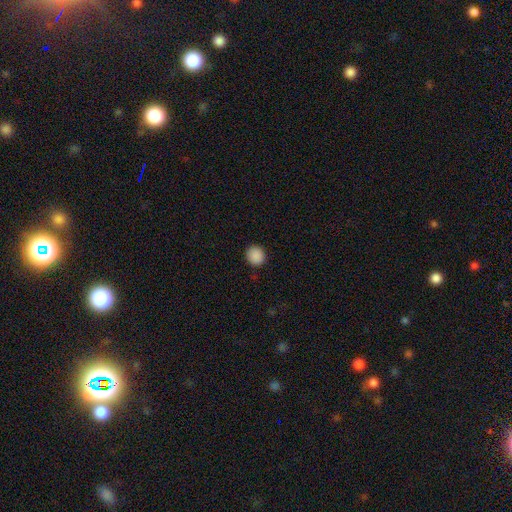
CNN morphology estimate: A smooth galaxy with no disk features (89%) that is round (86%). Merging: none (90%).